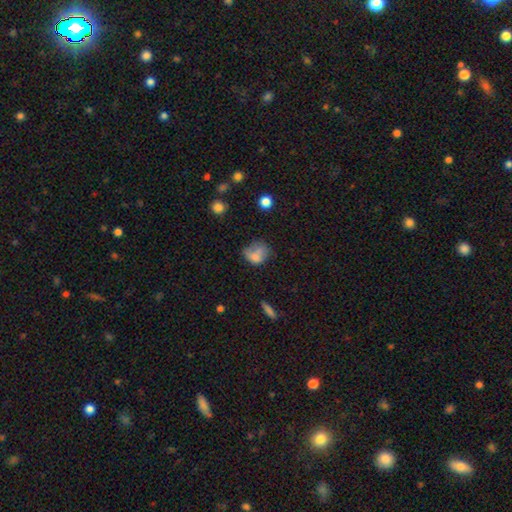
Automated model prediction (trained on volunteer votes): Smooth or featured? Predicted: smooth (p=0.72). How rounded? Predicted: in between (p=0.52). Merging? Predicted: none (p=0.36).